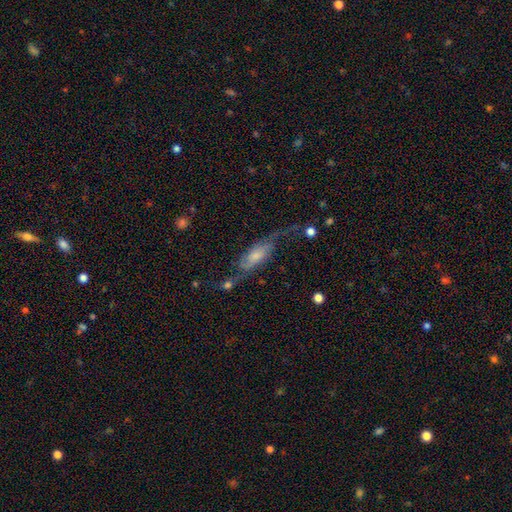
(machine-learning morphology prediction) This is likely a featured or disk galaxy (69%). It is clearly not viewed edge-on (82%). Bar: possibly no (53%). Spiral arm pattern: clearly yes (90%). Spiral arm count: clearly 2 (84%). Spiral winding: likely loose (67%). Central bulge: marginally small (40%). Merging: possibly none (48%).